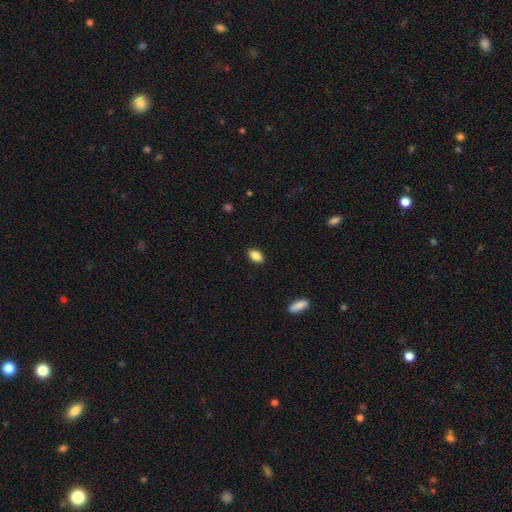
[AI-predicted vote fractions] A smooth galaxy with no disk features (85%) that is in between round and cigar-shaped (88%).

Vote fractions:
- Smooth or featured? smooth: 85% / star or artifact: 8% / featured or disk: 7%
- How rounded? in between: 88% / round: 9% / cigar-shaped: 4%
- Merging? none: 88% / minor disturbance: 9% / major disturbance: 2% / merger: 1%